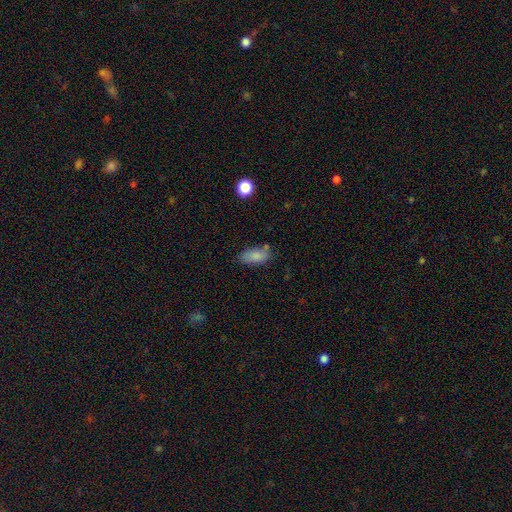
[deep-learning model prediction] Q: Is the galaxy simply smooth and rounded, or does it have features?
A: smooth — 83%.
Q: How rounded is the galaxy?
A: in between — 89%.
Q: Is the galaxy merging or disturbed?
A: none — 66%.